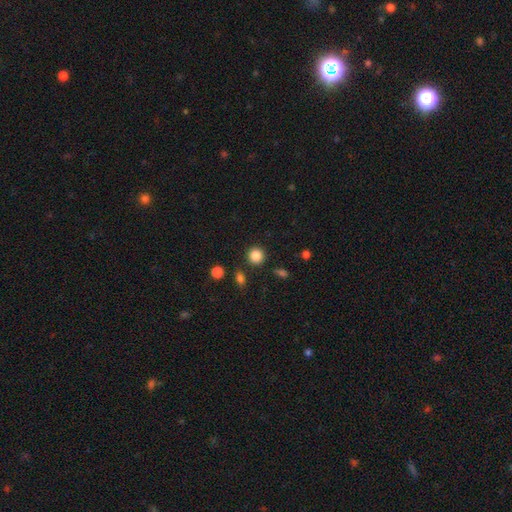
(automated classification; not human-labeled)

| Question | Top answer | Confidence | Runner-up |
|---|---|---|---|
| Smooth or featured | smooth | 86% | star or artifact (10%) |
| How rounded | round | 91% | in between (8%) |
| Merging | none | 88% | minor disturbance (7%) |